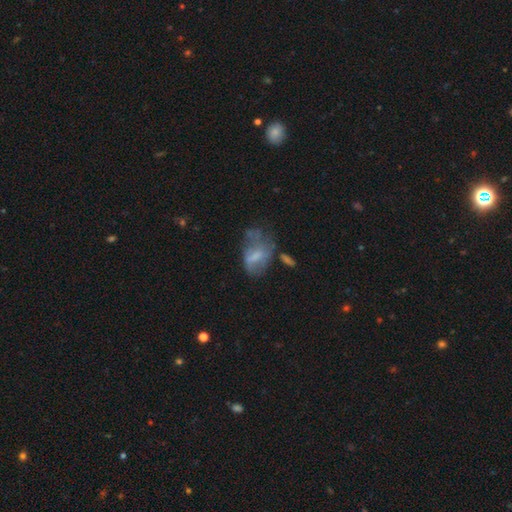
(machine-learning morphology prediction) This appears to be a smooth galaxy with no disk features (47%). Merging: major disturbance (33%).